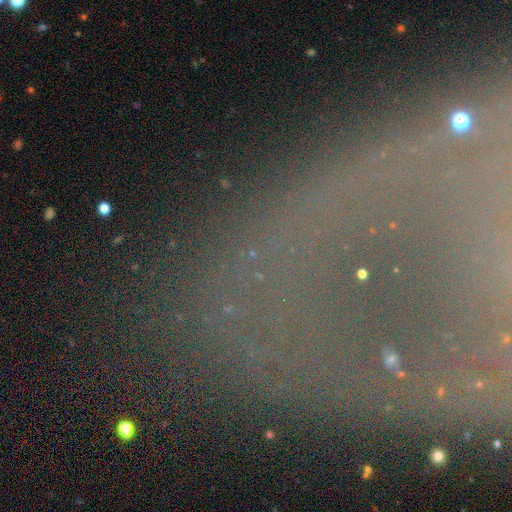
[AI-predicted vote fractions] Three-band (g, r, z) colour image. It shows a star or artifact, not a galaxy (60%).